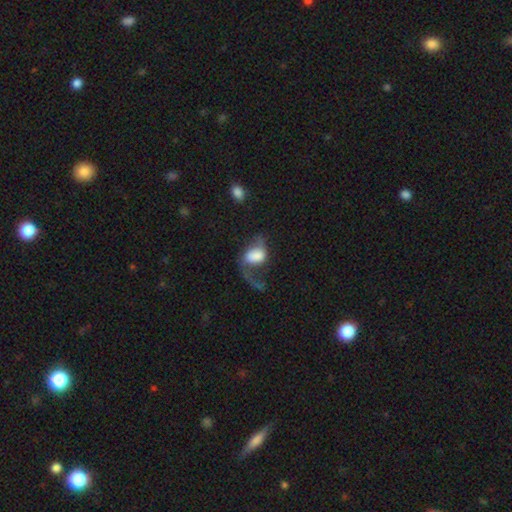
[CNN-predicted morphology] Smooth or featured? Predicted: smooth (p=0.48). Merging? Predicted: major disturbance (p=0.54).